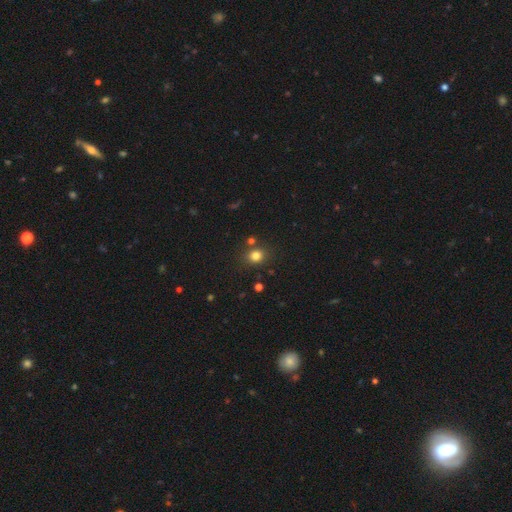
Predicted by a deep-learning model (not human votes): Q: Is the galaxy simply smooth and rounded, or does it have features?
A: smooth — 80%.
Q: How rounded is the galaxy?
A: round — 72%.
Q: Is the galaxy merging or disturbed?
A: none — 78%.